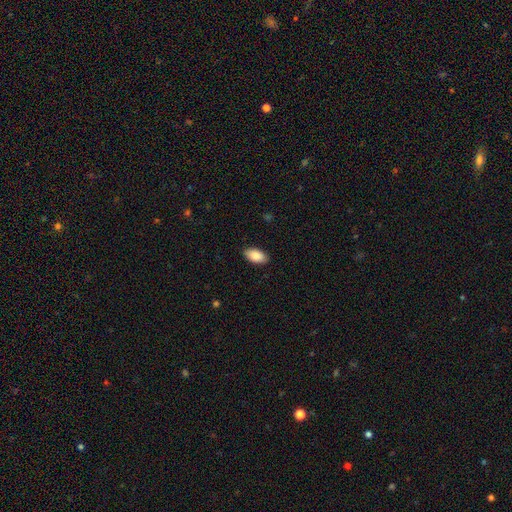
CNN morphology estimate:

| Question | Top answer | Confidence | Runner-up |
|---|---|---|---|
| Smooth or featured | smooth | 89% | star or artifact (6%) |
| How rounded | in between | 94% | cigar-shaped (3%) |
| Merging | none | 89% | minor disturbance (9%) |